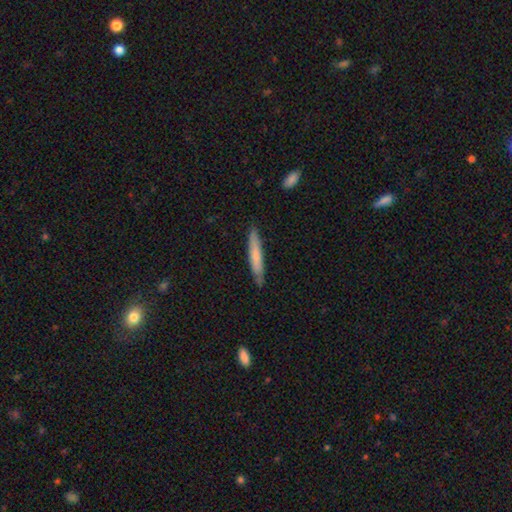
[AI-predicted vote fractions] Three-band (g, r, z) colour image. It shows a smooth galaxy with no disk features (70%) that is cigar-shaped (94%). Merging: none (84%).